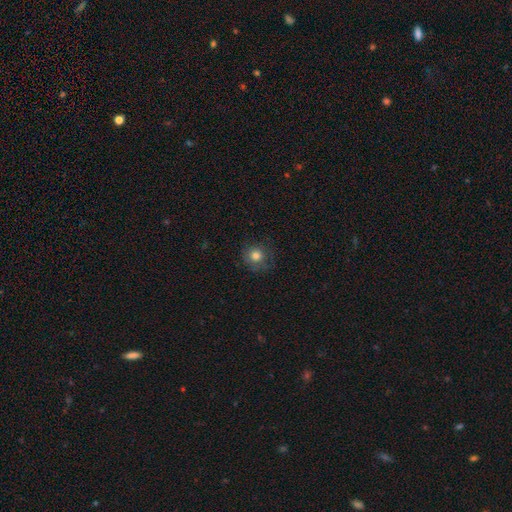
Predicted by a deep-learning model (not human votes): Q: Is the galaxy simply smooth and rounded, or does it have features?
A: smooth — 79%.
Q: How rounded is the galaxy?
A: round — 89%.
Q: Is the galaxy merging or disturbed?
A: none — 75%.